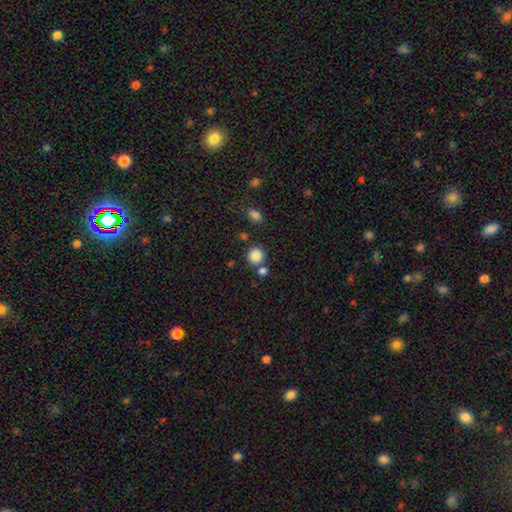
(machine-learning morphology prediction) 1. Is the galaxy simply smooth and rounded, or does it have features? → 85% smooth, 10% star or artifact, 4% featured or disk.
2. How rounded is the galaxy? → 90% round, 9% in between, 1% cigar-shaped.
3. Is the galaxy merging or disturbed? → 73% none, 15% merger, 9% minor disturbance, 3% major disturbance.